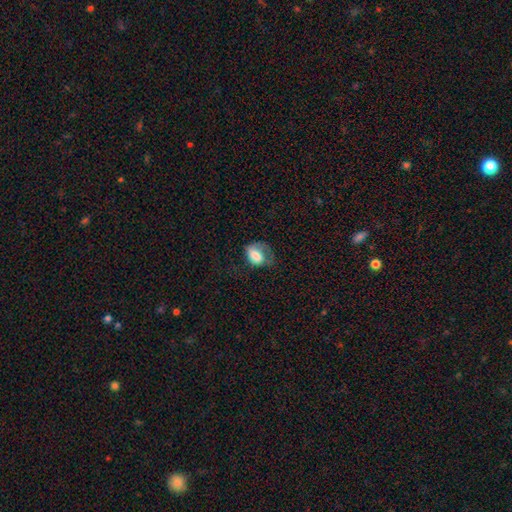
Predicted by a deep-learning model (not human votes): Smooth or featured: smooth — 65% (featured or disk — 27%)
How rounded: in between — 77% (round — 21%)
Merging: major disturbance — 40% (none — 30%)